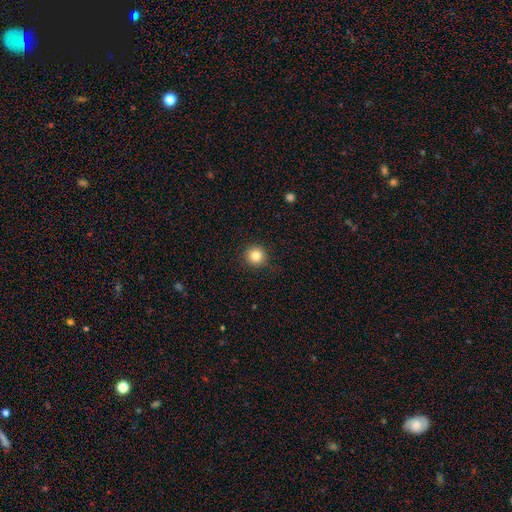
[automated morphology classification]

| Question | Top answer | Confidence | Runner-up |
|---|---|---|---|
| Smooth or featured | smooth | 83% | star or artifact (11%) |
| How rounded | round | 95% | in between (4%) |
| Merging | none | 90% | minor disturbance (7%) |